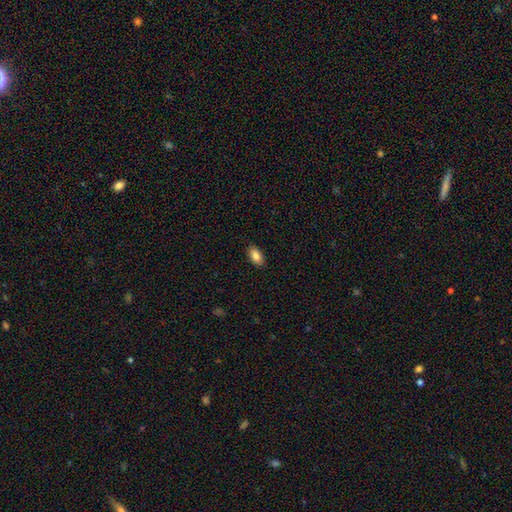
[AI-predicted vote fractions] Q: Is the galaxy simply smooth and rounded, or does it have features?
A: smooth — 86%.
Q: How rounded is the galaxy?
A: in between — 92%.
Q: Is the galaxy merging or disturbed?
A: none — 87%.